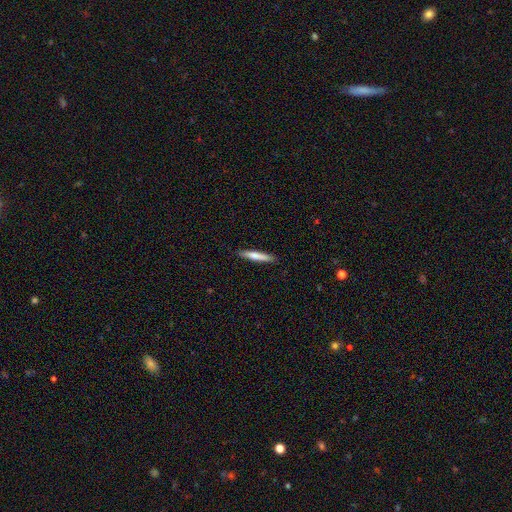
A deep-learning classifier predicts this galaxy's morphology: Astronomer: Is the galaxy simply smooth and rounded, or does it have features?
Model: smooth — 71%.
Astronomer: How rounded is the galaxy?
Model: cigar-shaped — 92%.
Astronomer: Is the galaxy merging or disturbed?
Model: none — 89%.